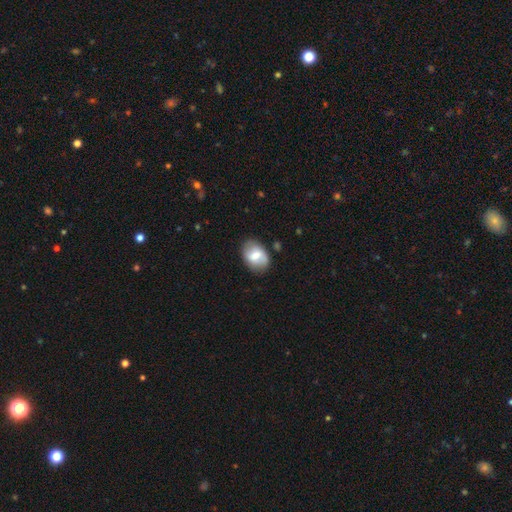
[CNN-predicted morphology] Smooth or featured? Predicted: smooth (p=0.57). How rounded? Predicted: in between (p=0.76). Merging? Predicted: none (p=0.79).